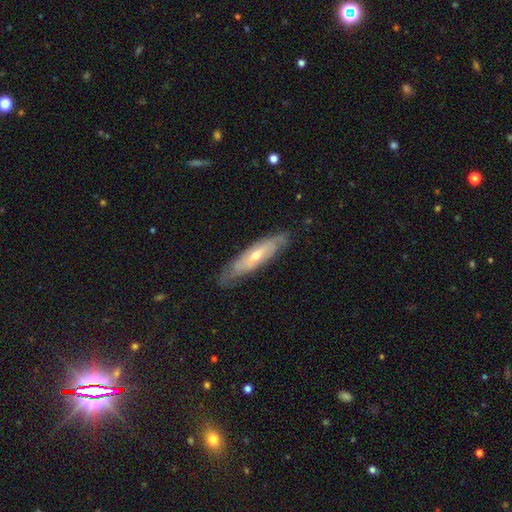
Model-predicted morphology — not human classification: This is likely a featured or disk galaxy (66%). It is possibly not viewed edge-on (57%). Merging: likely none (76%).